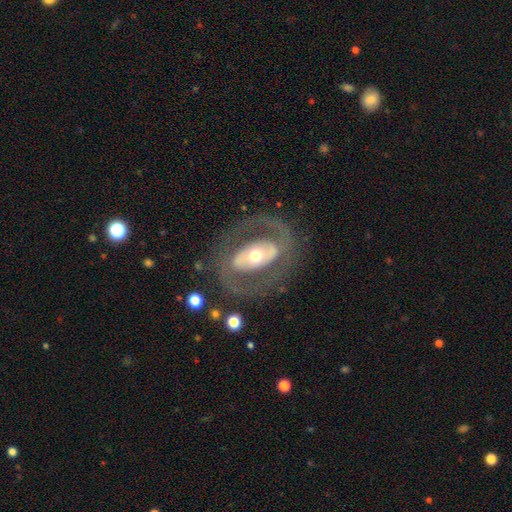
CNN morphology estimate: Smooth or featured?
  - featured or disk: 79% *
  - smooth: 16%
  - star or artifact: 5%
Edge-on disk?
  - no: 94% *
  - yes: 6%
Bar?
  - no: 44% *
  - strong: 31%
  - weak: 25%
Spiral arms?
  - yes: 59% *
  - no: 41%
Bulge size?
  - moderate: 65% *
  - small: 22%
  - large: 10%
  - dominant: 1%
  - none: 1%
Merging?
  - none: 75% *
  - major disturbance: 12%
  - minor disturbance: 12%
  - merger: 2%